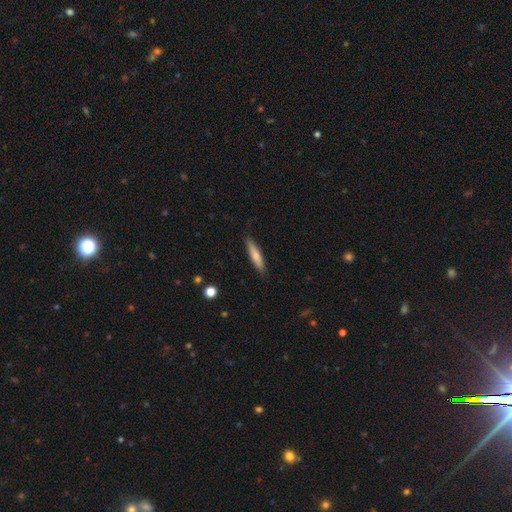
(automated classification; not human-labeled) Overall: smooth (71%). How rounded: cigar-shaped (84%). Merging: none (86%).